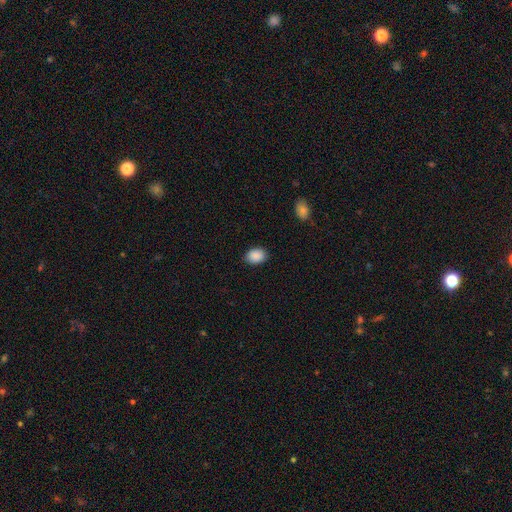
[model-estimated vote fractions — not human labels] Morphology: type=smooth (90%); roundness=in between (74%); merging=none (87%).